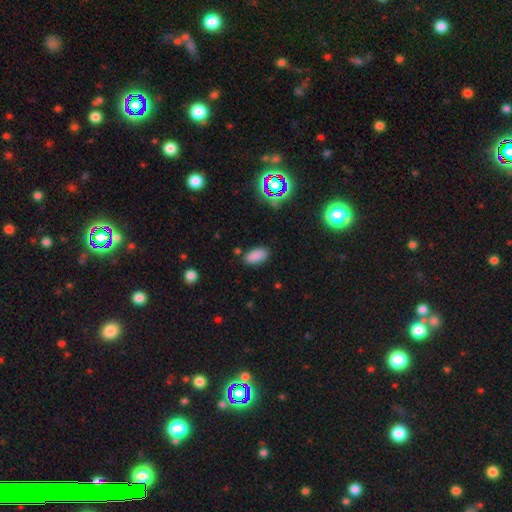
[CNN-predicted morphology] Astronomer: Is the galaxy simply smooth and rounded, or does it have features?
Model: smooth — 84%.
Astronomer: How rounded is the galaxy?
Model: in between — 93%.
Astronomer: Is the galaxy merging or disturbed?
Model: none — 84%.